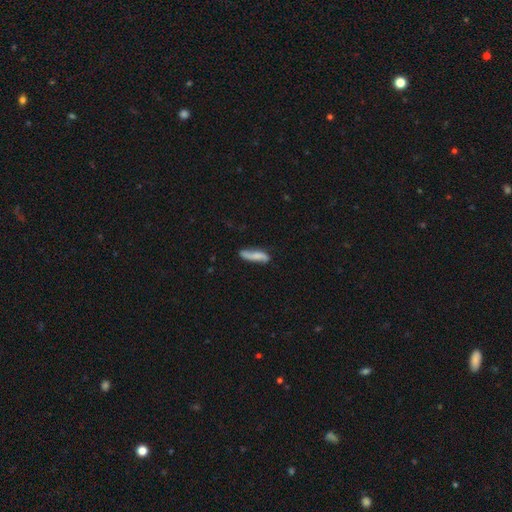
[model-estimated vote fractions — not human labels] This appears to be a smooth galaxy with no disk features (54%) that is cigar-shaped (63%). Merging: none (67%).